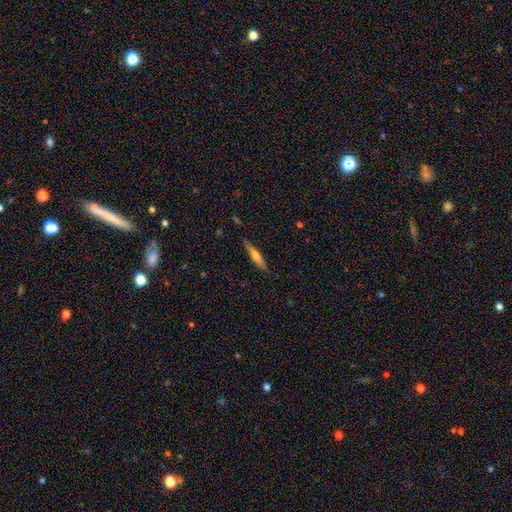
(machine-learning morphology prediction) type=smooth (58%); roundness=cigar-shaped (86%); merging=none (84%).